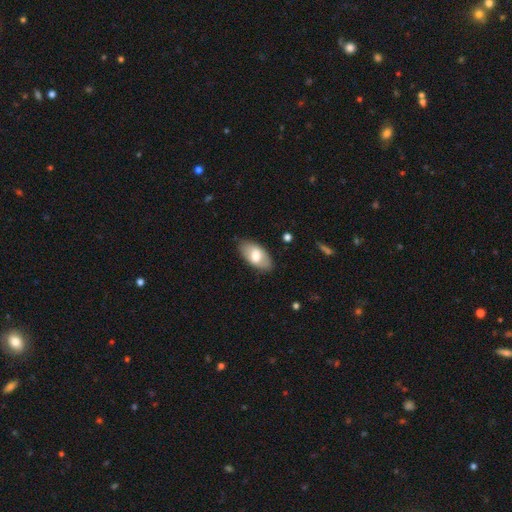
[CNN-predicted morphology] This appears to be a smooth galaxy with no disk features (68%) that is in between round and cigar-shaped (94%). Merging: none (84%).